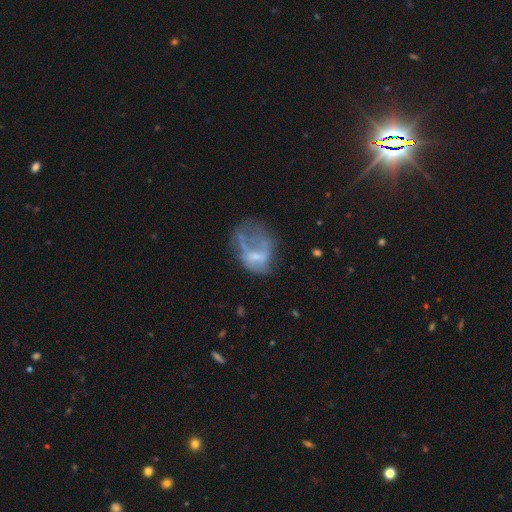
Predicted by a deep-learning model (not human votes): A featured or disk galaxy (51%).

Vote fractions:
- Smooth or featured? featured or disk: 51% / smooth: 36% / star or artifact: 13%
- Edge-on disk? no: 97% / yes: 3%
- Merging? major disturbance: 44% / none: 26% / minor disturbance: 20% / merger: 10%